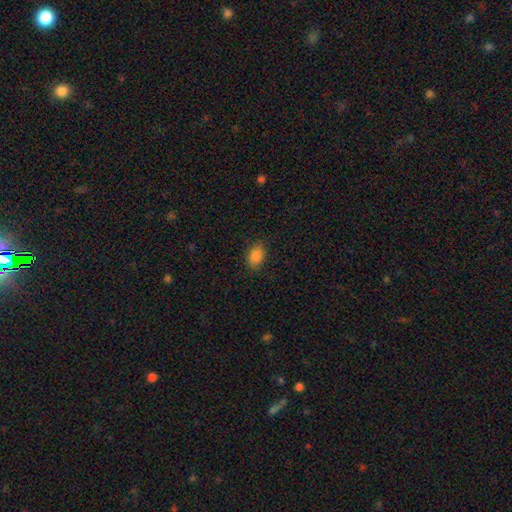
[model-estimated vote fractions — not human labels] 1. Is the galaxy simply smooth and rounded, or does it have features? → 86% smooth, 9% star or artifact, 4% featured or disk.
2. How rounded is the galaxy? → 85% in between, 13% round, 1% cigar-shaped.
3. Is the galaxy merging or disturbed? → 86% none, 11% minor disturbance, 3% major disturbance, 1% merger.